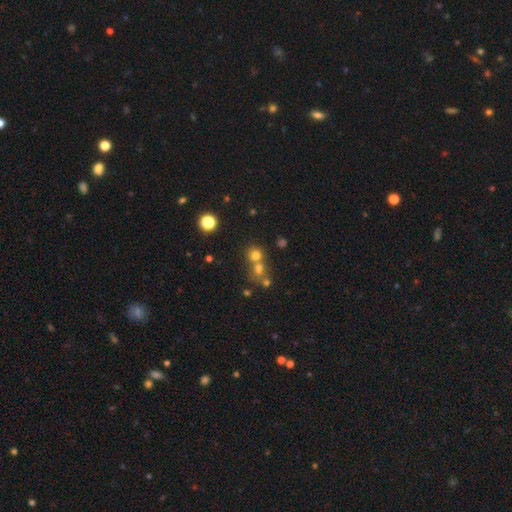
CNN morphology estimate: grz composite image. It shows a smooth galaxy with no disk features (69%) that is round (84%). Merging: none (46%).